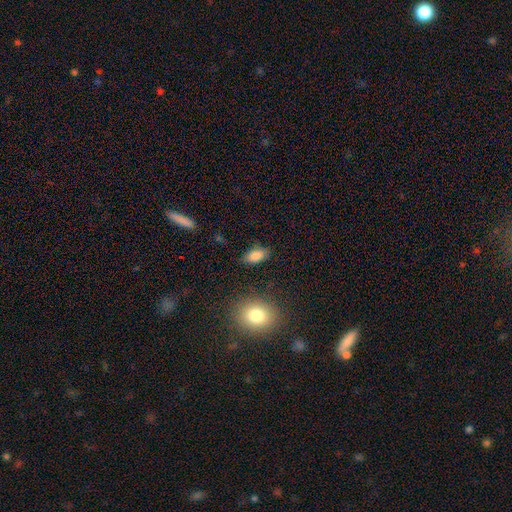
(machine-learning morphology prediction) smooth-or-featured: smooth: 85% | star or artifact: 9% | featured or disk: 7%
  how-rounded: in between: 90% | round: 5% | cigar-shaped: 5%
  merging: none: 83% | minor disturbance: 12% | major disturbance: 3% | merger: 2%